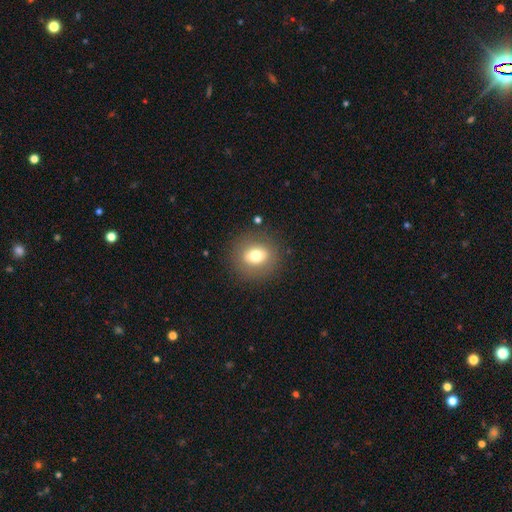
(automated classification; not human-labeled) Smooth or featured?
  - smooth: 69% *
  - featured or disk: 21%
  - star or artifact: 10%
How rounded?
  - round: 71% *
  - in between: 28%
  - cigar-shaped: 1%
Merging?
  - none: 85% *
  - minor disturbance: 9%
  - major disturbance: 4%
  - merger: 1%